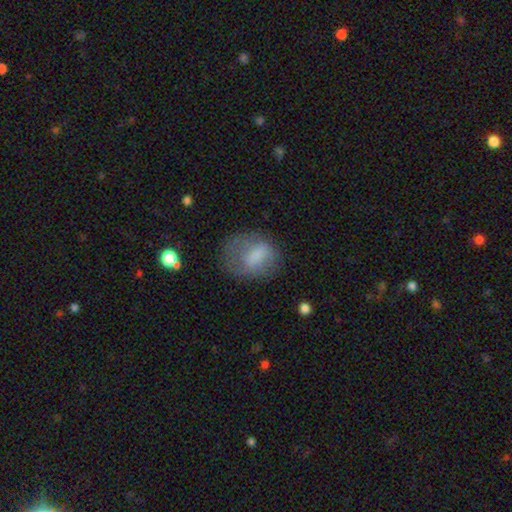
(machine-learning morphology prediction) A smooth galaxy with no disk features (64%) that is in between round and cigar-shaped (53%). Merging: none (49%).